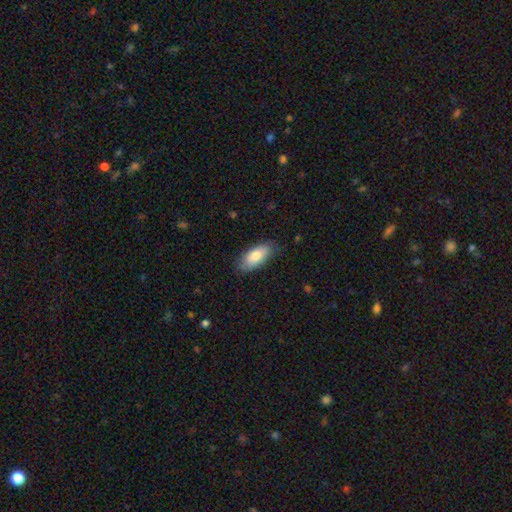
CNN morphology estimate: Smooth or featured?
  - smooth: 81% *
  - featured or disk: 13%
  - star or artifact: 6%
How rounded?
  - in between: 87% *
  - cigar-shaped: 11%
  - round: 2%
Merging?
  - none: 80% *
  - minor disturbance: 16%
  - major disturbance: 3%
  - merger: 1%